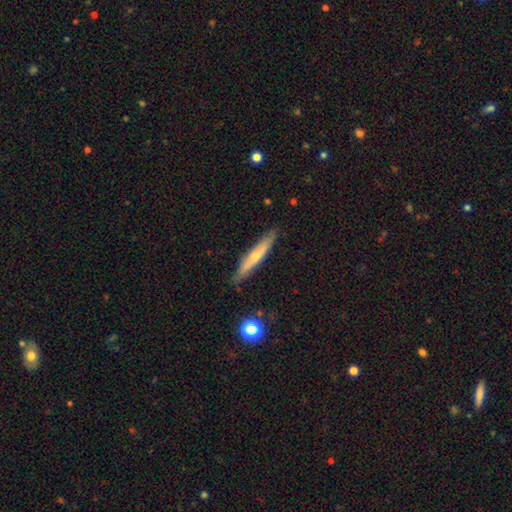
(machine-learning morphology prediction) Overall: featured or disk (49%; smooth 45%). Merging: none (86%).